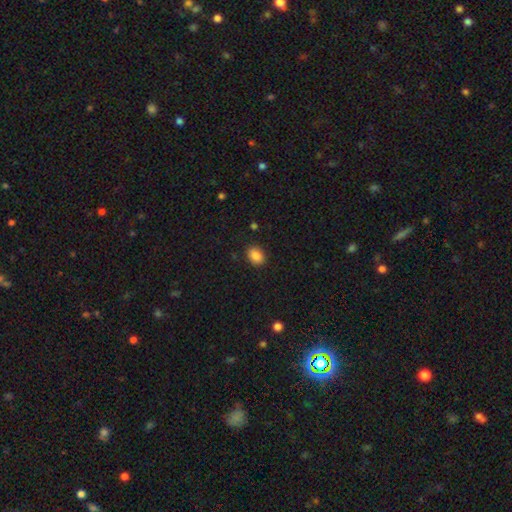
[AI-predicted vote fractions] smooth_or_featured: smooth (p=0.86) [alt: star or artifact p=0.09]
how_rounded: in between (p=0.70) [alt: round p=0.29]
merging: none (p=0.88) [alt: minor disturbance p=0.08]